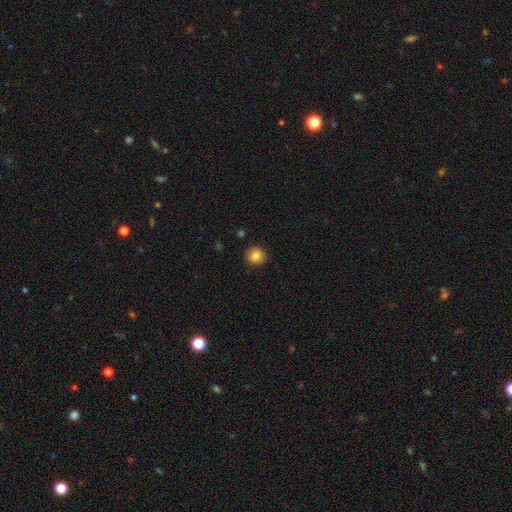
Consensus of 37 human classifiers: A smooth galaxy with no disk features (81%) that is round (87%).

Vote fractions:
- Smooth or featured? smooth: 81% / featured or disk: 11% / star or artifact: 8%
- How rounded? round: 87% / in between: 13% / cigar-shaped: 0%
- Merging? none: 85% / minor disturbance: 9% / major disturbance: 6% / merger: 0%